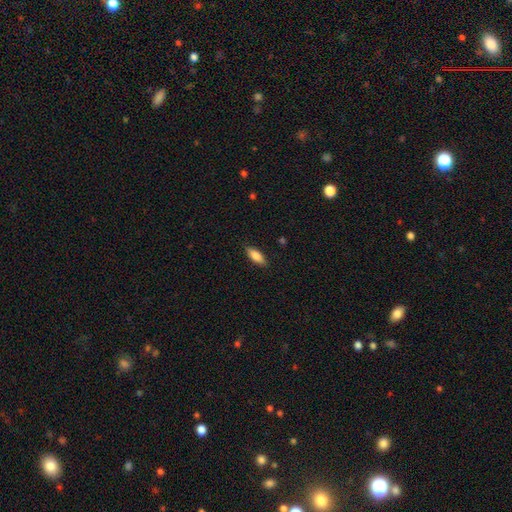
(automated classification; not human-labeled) A smooth galaxy with no disk features (85%) that is in between round and cigar-shaped (75%).

Vote fractions:
- Smooth or featured? smooth: 85% / featured or disk: 8% / star or artifact: 6%
- How rounded? in between: 75% / cigar-shaped: 22% / round: 2%
- Merging? none: 86% / minor disturbance: 10% / major disturbance: 2% / merger: 1%